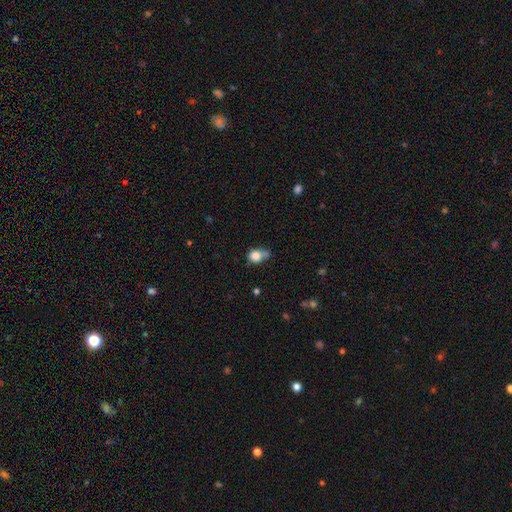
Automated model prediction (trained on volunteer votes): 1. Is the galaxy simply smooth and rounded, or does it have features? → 79% smooth, 11% star or artifact, 10% featured or disk.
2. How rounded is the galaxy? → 58% round, 41% in between, 2% cigar-shaped.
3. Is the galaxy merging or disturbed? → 36% none, 30% minor disturbance, 20% merger, 15% major disturbance.